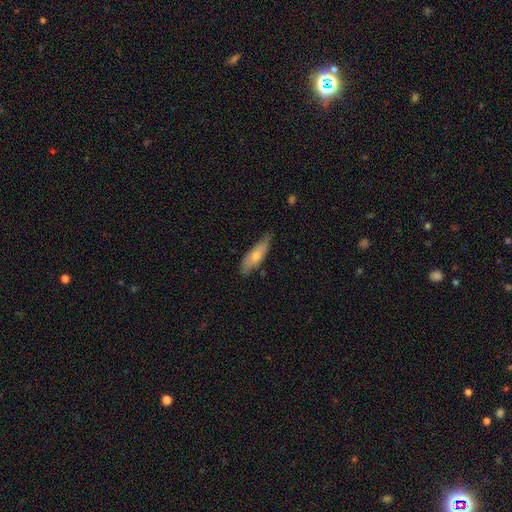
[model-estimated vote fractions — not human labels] This is possibly a smooth galaxy (57%). How rounded: possibly cigar-shaped (56%). Merging: likely none (74%).